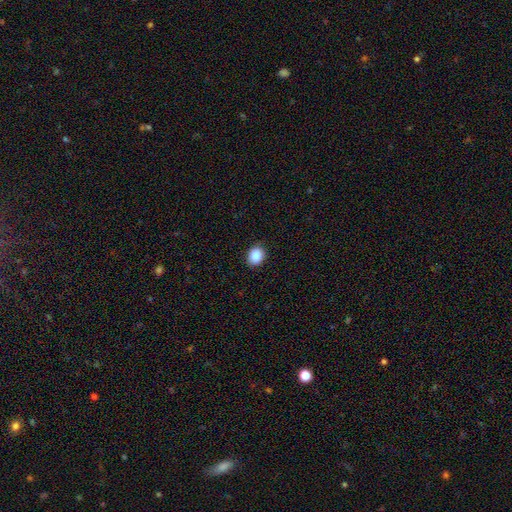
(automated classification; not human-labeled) smooth-or-featured: smooth: 89% | star or artifact: 8% | featured or disk: 3%
  how-rounded: in between: 55% | round: 44% | cigar-shaped: 1%
  merging: none: 88% | minor disturbance: 9% | major disturbance: 2% | merger: 1%